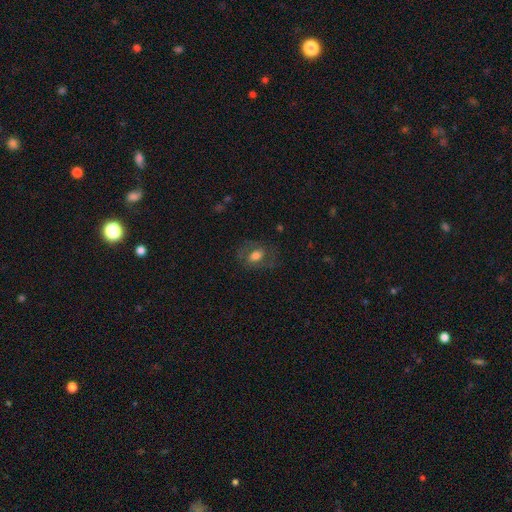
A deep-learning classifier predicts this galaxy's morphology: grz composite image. It shows a smooth galaxy with no disk features (58%) that is in between round and cigar-shaped (74%). Merging: none (68%).